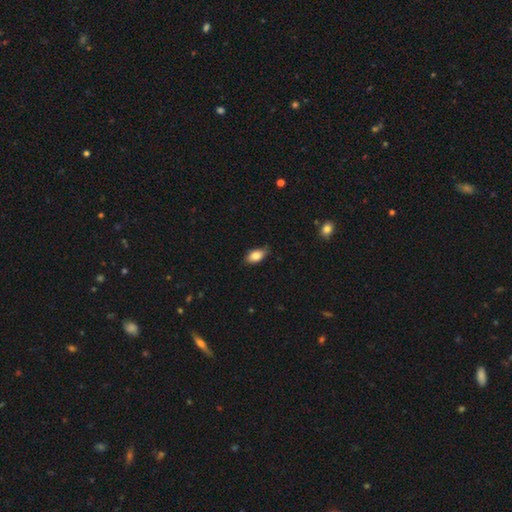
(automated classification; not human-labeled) smooth_or_featured: smooth (p=0.83) [alt: featured or disk p=0.09]
how_rounded: in between (p=0.89) [alt: round p=0.07]
merging: none (p=0.72) [alt: minor disturbance p=0.23]